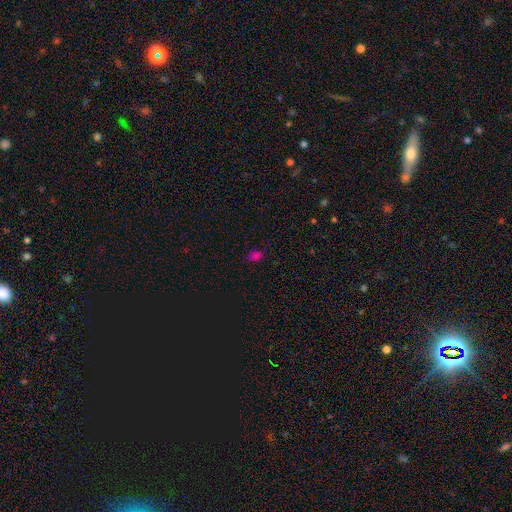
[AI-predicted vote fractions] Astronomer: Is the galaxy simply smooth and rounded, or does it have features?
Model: smooth — 69%.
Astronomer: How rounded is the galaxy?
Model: in between — 74%.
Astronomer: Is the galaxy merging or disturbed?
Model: none — 76%.